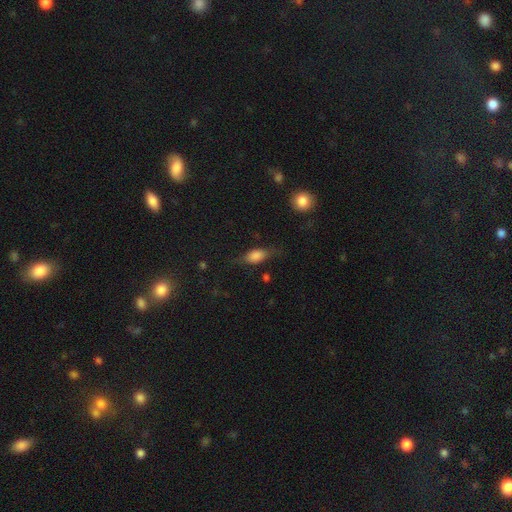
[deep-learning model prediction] Morphology: type=smooth (70%); roundness=in between (79%); merging=none (62%).